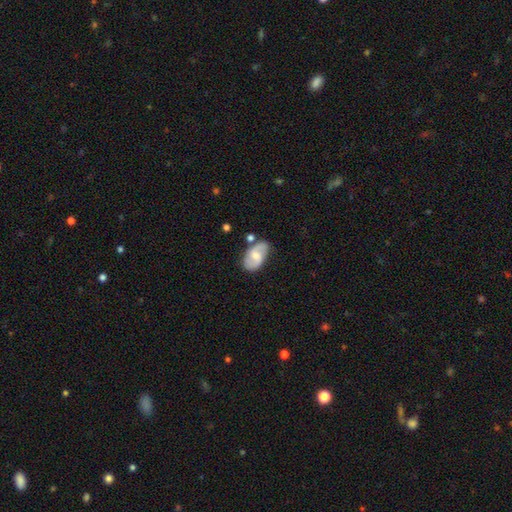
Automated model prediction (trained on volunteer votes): Morphology: type=featured or disk (63%); edge-on=no (96%); bar=weak (49%); spiral arms=yes (87%); winding=medium (45%); arm count=2 (86%); bulge=moderate (52%); merging=none (66%).